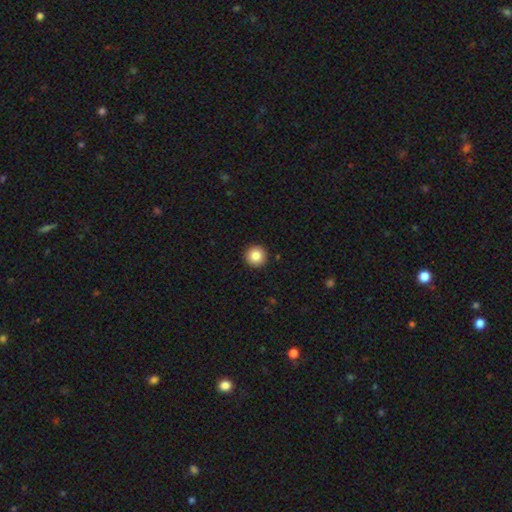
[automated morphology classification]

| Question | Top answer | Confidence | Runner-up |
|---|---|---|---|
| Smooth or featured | smooth | 86% | star or artifact (9%) |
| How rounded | round | 96% | in between (3%) |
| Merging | none | 93% | minor disturbance (4%) |